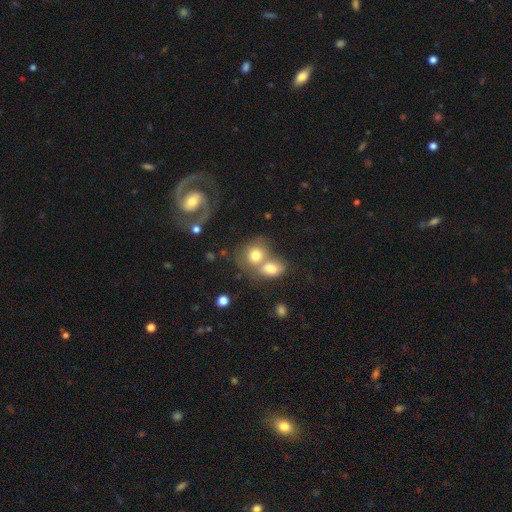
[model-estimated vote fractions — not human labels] A smooth galaxy with no disk features (73%) that is round (58%).

Vote fractions:
- Smooth or featured? smooth: 73% / featured or disk: 17% / star or artifact: 10%
- How rounded? round: 58% / in between: 41% / cigar-shaped: 1%
- Merging? merger: 59% / none: 27% / minor disturbance: 8% / major disturbance: 6%